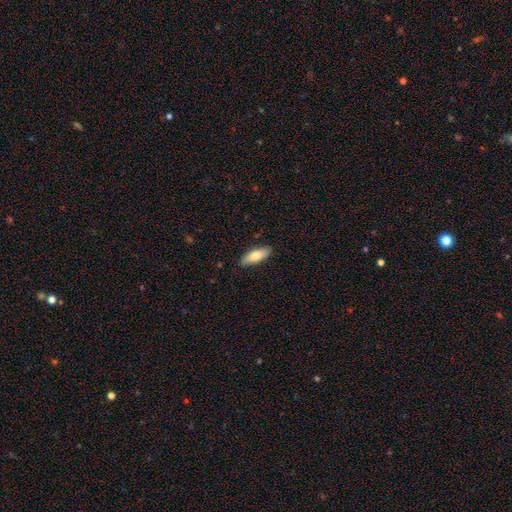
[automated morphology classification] Overall: smooth (76%). How rounded: in between (68%; cigar-shaped 30%). Merging: none (86%).